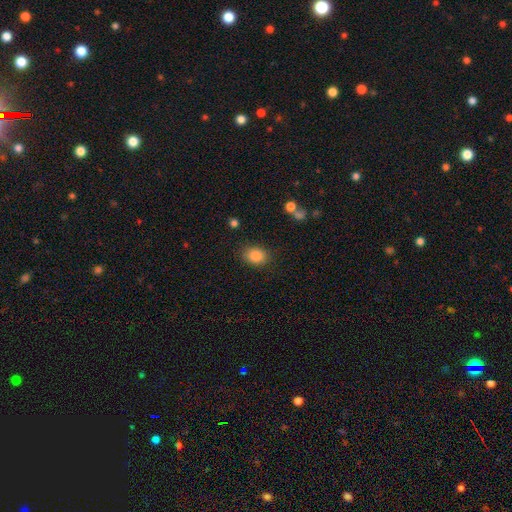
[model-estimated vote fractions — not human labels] Overall: smooth (86%). How rounded: in between (62%; round 37%). Merging: none (83%).